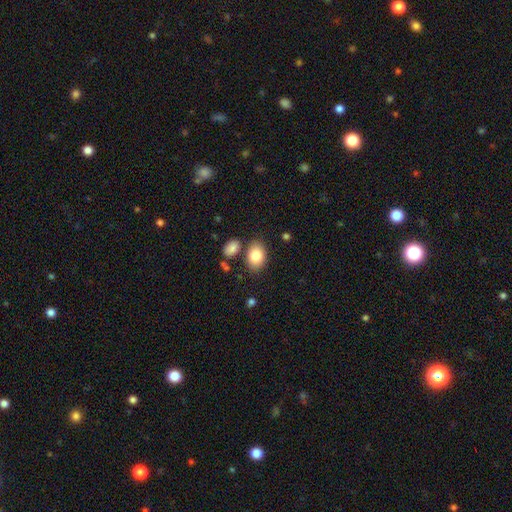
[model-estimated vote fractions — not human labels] smooth_or_featured: smooth (p=0.85) [alt: featured or disk p=0.08]
how_rounded: in between (p=0.82) [alt: round p=0.17]
merging: none (p=0.75) [alt: minor disturbance p=0.12]